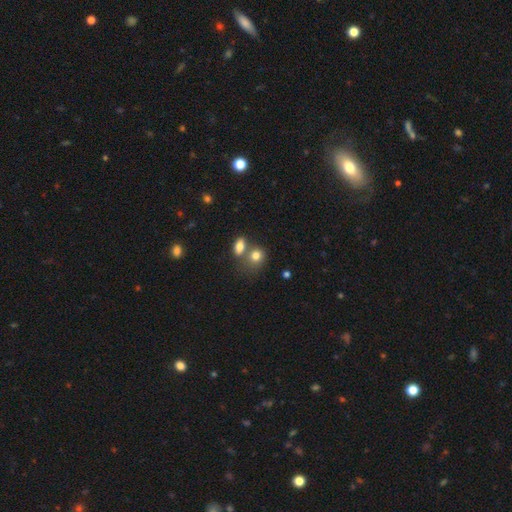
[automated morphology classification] Q: Smooth or featured?
A: smooth (79%); runner-up: star or artifact (11%)
Q: How rounded?
A: round (57%); runner-up: in between (42%)
Q: Merging?
A: none (42%); tied with: merger (42%)